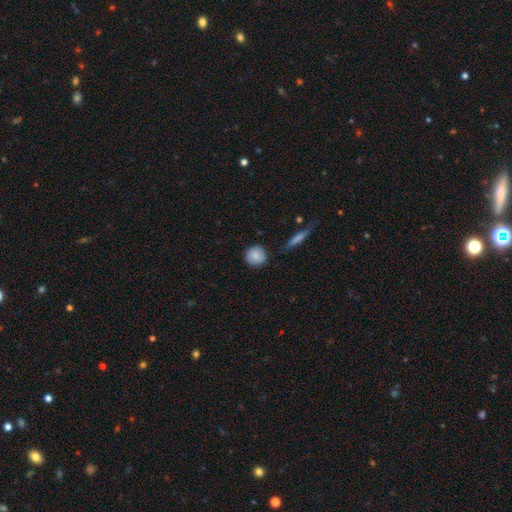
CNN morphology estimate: This appears to be a smooth galaxy with no disk features (84%) that is round (91%). Merging: none (84%).